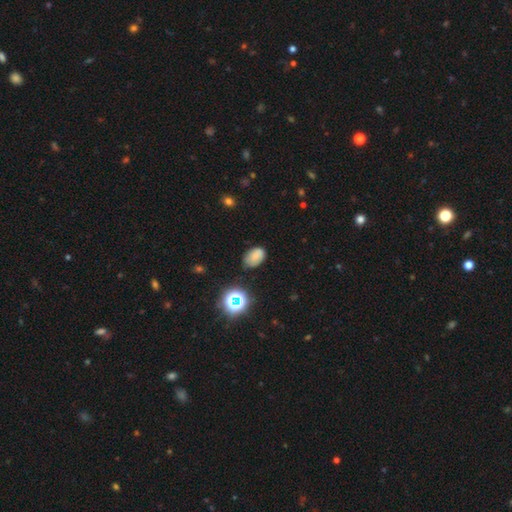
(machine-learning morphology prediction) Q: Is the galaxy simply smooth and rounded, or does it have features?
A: smooth — 71%.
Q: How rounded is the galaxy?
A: in between — 81%.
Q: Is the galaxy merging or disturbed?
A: none — 62%.